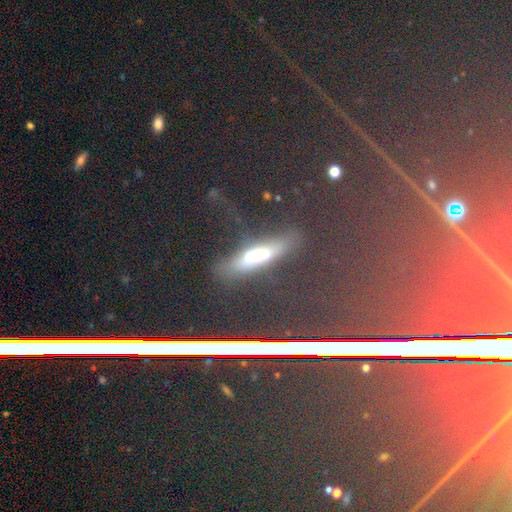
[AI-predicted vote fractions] This appears to be a star or artifact, not a galaxy (42%).